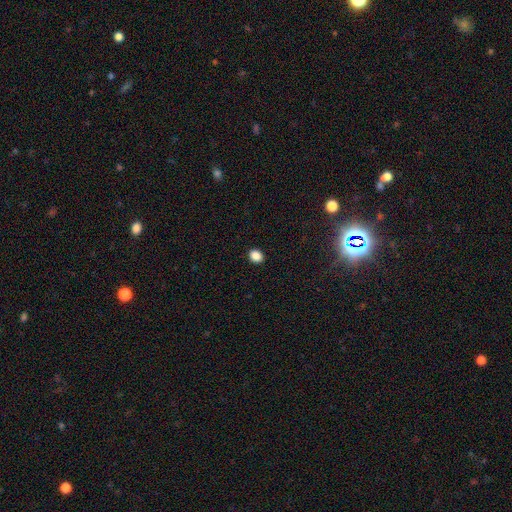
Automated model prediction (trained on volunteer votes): Smooth or featured? smooth (87%)
How rounded? round (61%)
Merging? none (92%)